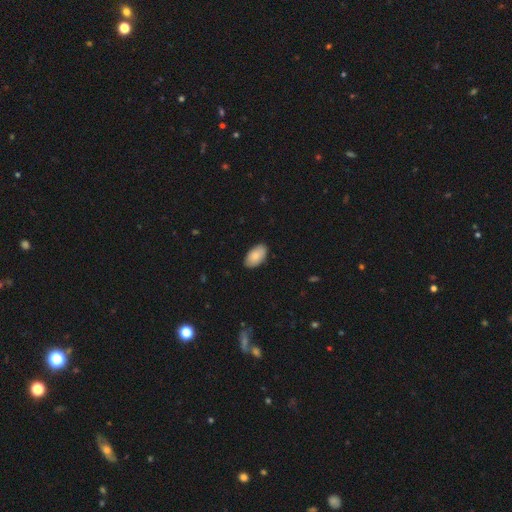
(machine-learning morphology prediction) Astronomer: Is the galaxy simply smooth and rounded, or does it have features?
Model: smooth — 86%.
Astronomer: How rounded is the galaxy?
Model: in between — 95%.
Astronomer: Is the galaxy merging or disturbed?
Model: none — 87%.